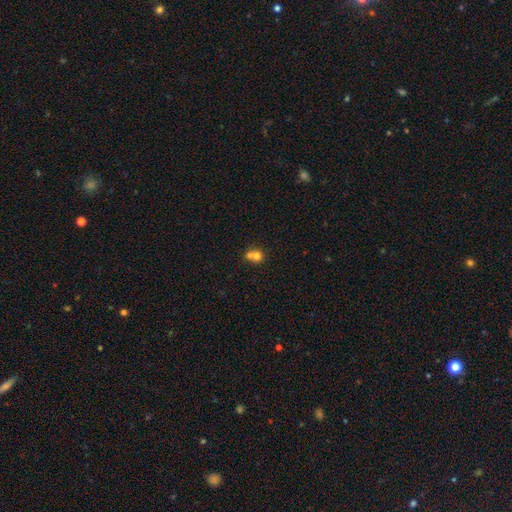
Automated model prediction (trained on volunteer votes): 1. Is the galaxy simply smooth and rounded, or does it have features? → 73% smooth, 16% featured or disk, 12% star or artifact.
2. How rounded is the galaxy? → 79% round, 20% in between, 1% cigar-shaped.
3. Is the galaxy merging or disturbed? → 61% merger, 31% none, 6% minor disturbance, 3% major disturbance.